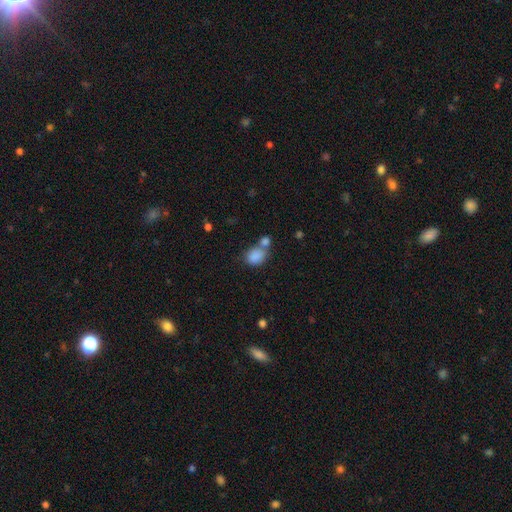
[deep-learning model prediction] Overall: smooth (85%). How rounded: in between (61%; round 38%). Merging: merger (42%; none 39%).